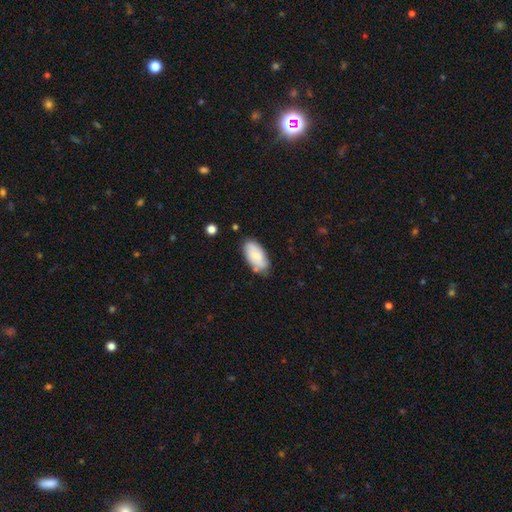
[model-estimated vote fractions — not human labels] The model was most divided on "merging": none: 72%, minor disturbance: 20%, major disturbance: 4%, merger: 3%. More confident: how rounded — in between (94%); smooth or featured — smooth (74%).